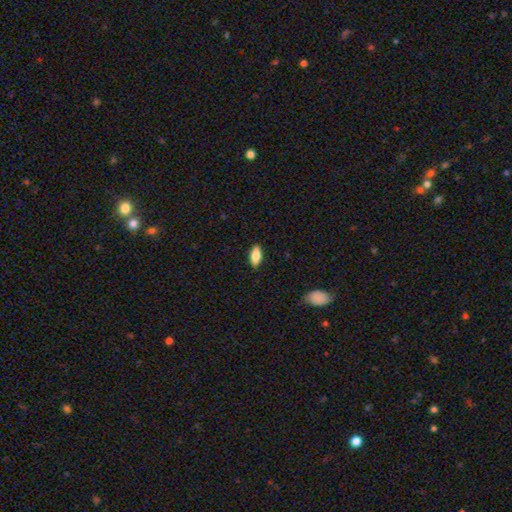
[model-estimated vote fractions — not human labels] Morphology: type=smooth (73%); roundness=in between (79%); merging=none (88%).